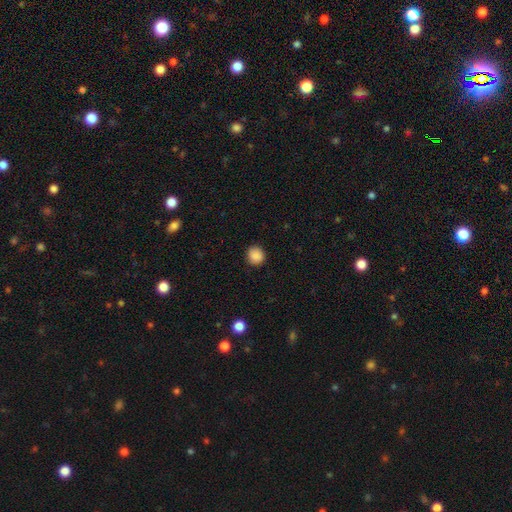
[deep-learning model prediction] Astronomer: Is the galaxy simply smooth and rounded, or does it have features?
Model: smooth — 88%.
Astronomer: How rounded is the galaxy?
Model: round — 87%.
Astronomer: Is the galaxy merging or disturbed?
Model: none — 90%.